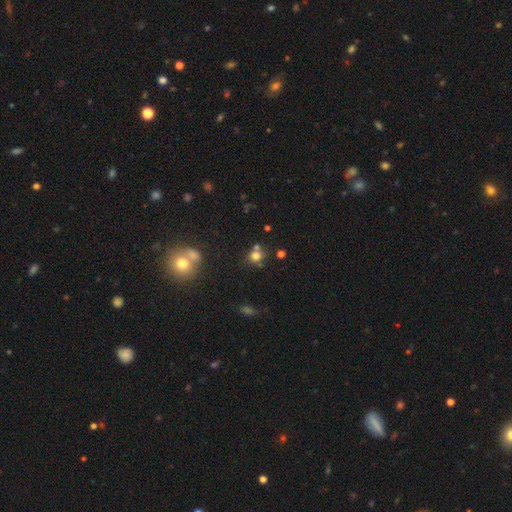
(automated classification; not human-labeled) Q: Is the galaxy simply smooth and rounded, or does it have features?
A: smooth — 72%.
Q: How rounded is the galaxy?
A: round — 83%.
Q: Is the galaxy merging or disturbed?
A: none — 60%.